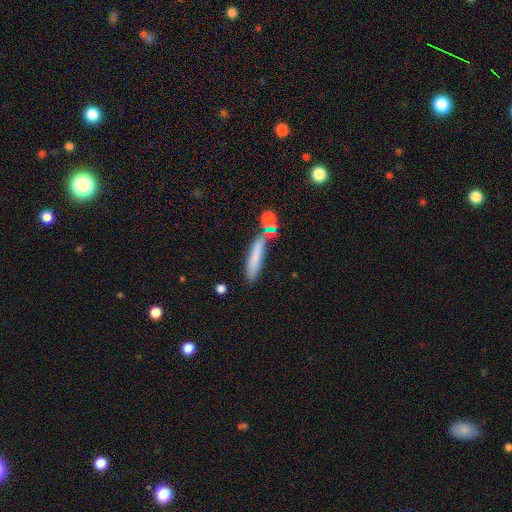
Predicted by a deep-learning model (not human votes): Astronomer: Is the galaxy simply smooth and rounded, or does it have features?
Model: smooth — 73%.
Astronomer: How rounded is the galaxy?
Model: cigar-shaped — 87%.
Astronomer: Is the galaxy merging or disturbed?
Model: none — 72%.